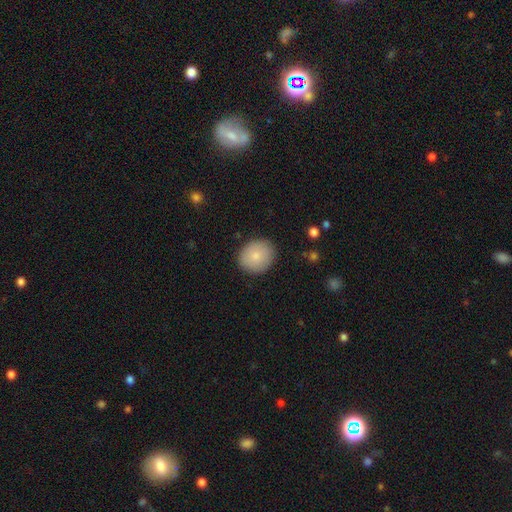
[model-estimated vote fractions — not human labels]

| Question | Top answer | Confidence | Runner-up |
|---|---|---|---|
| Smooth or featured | smooth | 82% | featured or disk (11%) |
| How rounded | round | 75% | in between (24%) |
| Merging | none | 88% | minor disturbance (9%) |